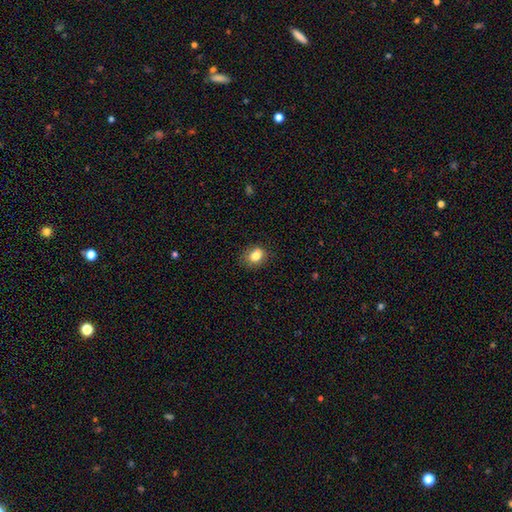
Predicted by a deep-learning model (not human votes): Smooth or featured? smooth (82%)
How rounded? in between (59%)
Merging? none (78%)